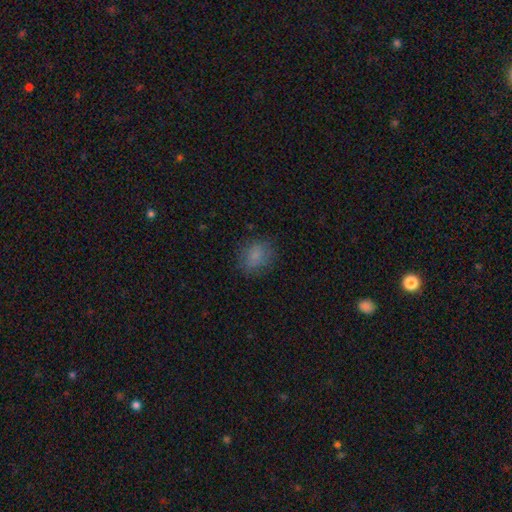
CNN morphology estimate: Smooth or featured? smooth (81%)
How rounded? round (53%)
Merging? none (77%)